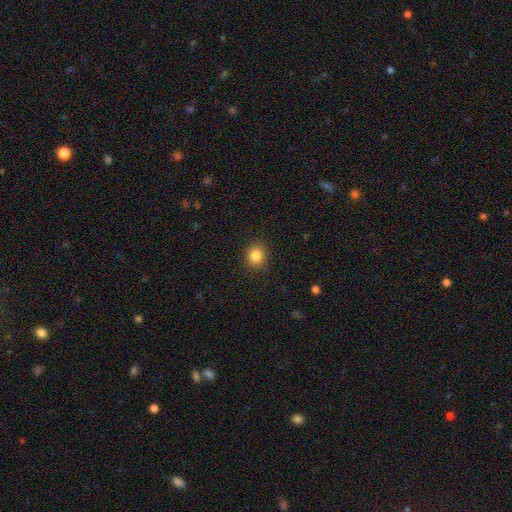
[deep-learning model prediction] smooth_or_featured: smooth (p=0.85) [alt: star or artifact p=0.11]
how_rounded: round (p=0.81) [alt: in between p=0.18]
merging: none (p=0.89) [alt: minor disturbance p=0.07]